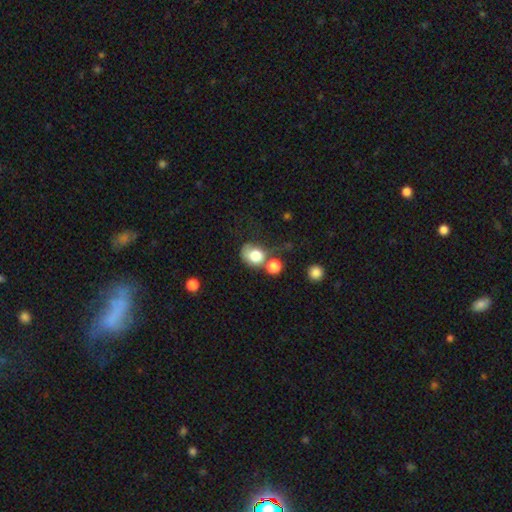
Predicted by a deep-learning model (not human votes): smooth_or_featured: smooth (p=0.78) [alt: featured or disk p=0.13]
how_rounded: round (p=0.58) [alt: in between p=0.41]
merging: none (p=0.35) [alt: merger p=0.27]